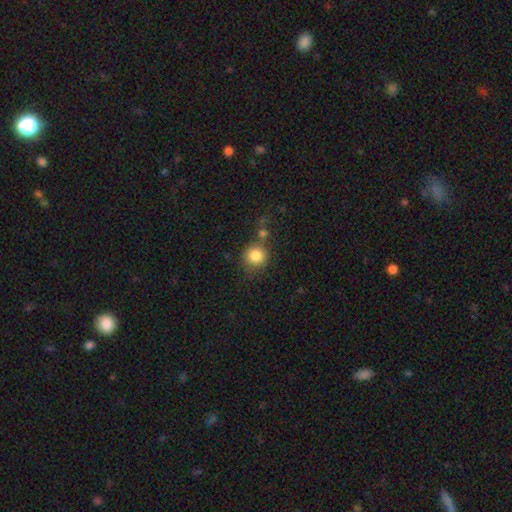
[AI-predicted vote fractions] Smooth or featured? Predicted: smooth (p=0.84). How rounded? Predicted: round (p=0.90). Merging? Predicted: none (p=0.71).